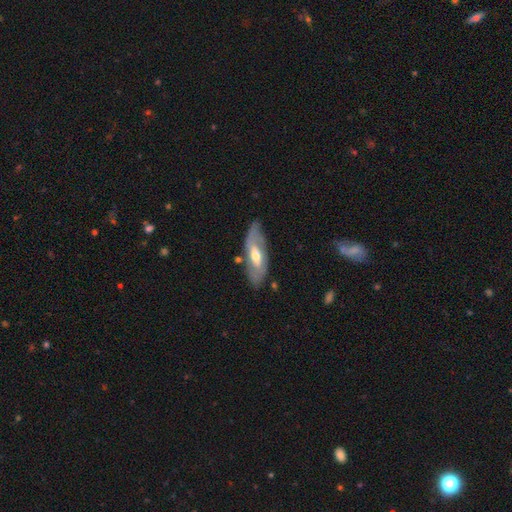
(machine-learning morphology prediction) The model was most divided on "smooth or featured": featured or disk: 59%, smooth: 36%, star or artifact: 5%. More confident: edge-on disk — no (76%); merging — none (71%).